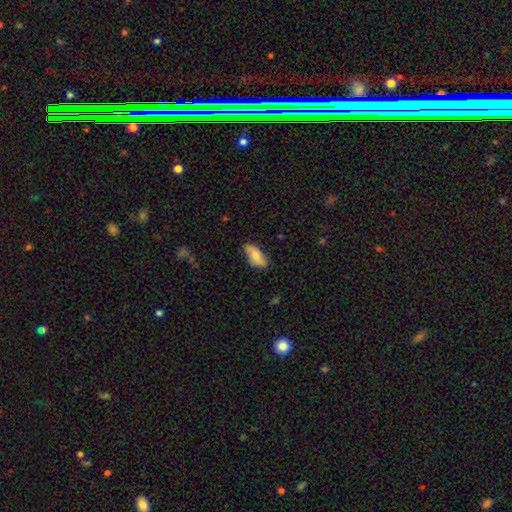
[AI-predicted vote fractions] Morphology: type=smooth (66%); roundness=in between (86%); merging=none (75%).